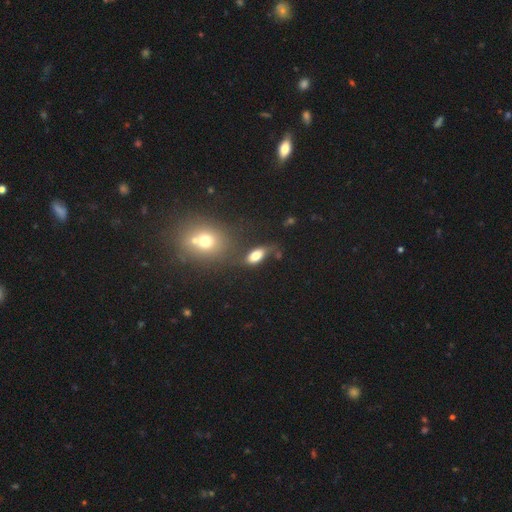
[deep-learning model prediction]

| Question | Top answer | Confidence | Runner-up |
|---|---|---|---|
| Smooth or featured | smooth | 76% | featured or disk (14%) |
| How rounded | in between | 86% | round (7%) |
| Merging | none | 51% | minor disturbance (22%) |